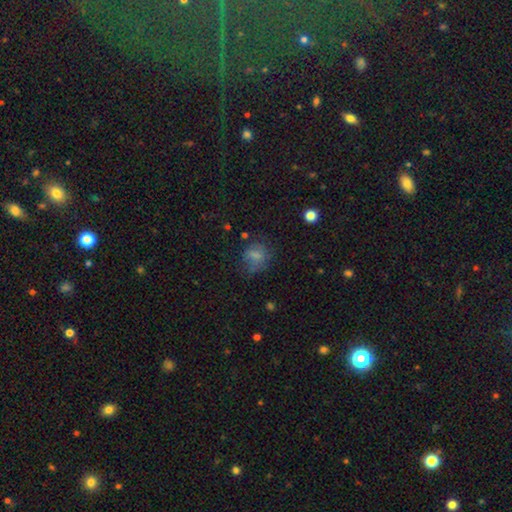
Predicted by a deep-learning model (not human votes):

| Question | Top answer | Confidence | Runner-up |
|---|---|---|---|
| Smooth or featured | smooth | 68% | featured or disk (18%) |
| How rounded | round | 61% | in between (37%) |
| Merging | none | 52% | minor disturbance (25%) |